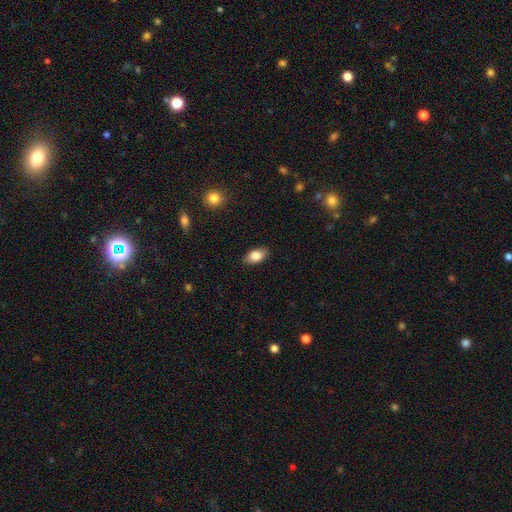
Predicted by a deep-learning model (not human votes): Q: Smooth or featured?
A: smooth (84%); runner-up: featured or disk (9%)
Q: How rounded?
A: in between (91%); runner-up: round (6%)
Q: Merging?
A: none (87%); runner-up: minor disturbance (10%)